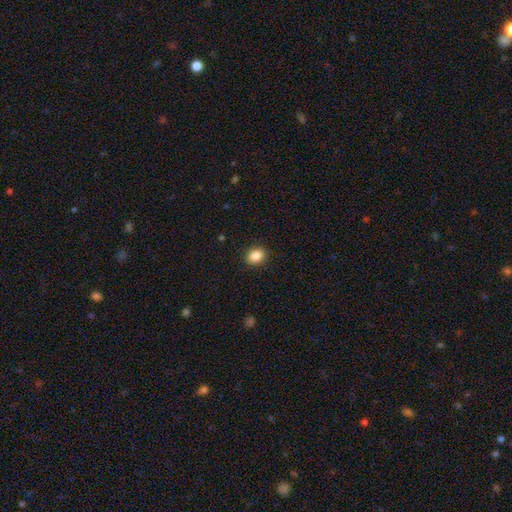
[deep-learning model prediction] A smooth galaxy with no disk features (87%) that is in between round and cigar-shaped (56%).

Vote fractions:
- Smooth or featured? smooth: 87% / star or artifact: 9% / featured or disk: 4%
- How rounded? in between: 56% / round: 43% / cigar-shaped: 1%
- Merging? none: 90% / minor disturbance: 7% / major disturbance: 2% / merger: 1%